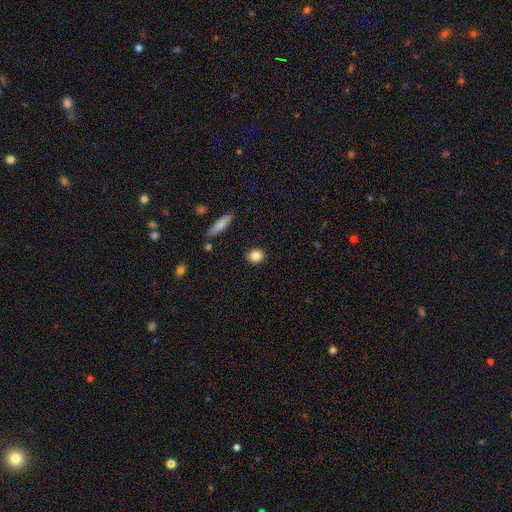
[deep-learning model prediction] Smooth or featured: smooth — 85% (star or artifact — 9%)
How rounded: round — 72% (in between — 26%)
Merging: none — 89% (minor disturbance — 7%)